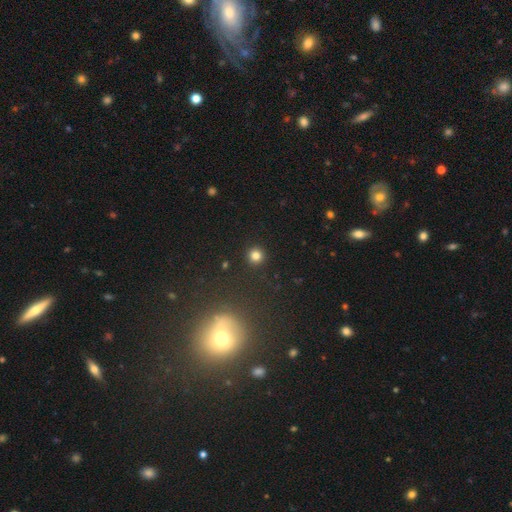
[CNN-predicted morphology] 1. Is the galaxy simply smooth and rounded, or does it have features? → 81% smooth, 14% star or artifact, 5% featured or disk.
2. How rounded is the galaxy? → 94% round, 5% in between, 1% cigar-shaped.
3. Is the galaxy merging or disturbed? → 92% none, 5% minor disturbance, 2% major disturbance, 1% merger.